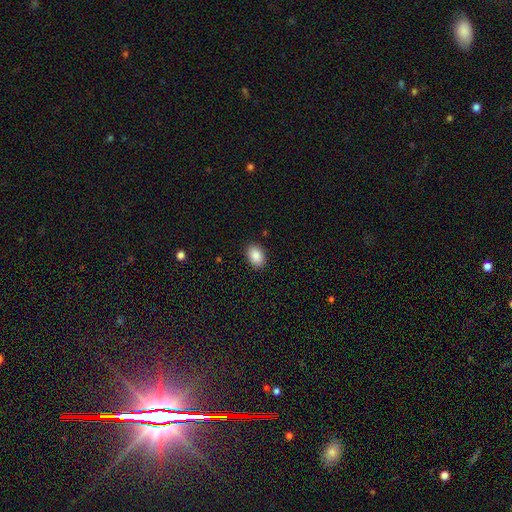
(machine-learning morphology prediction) Smooth or featured? Predicted: smooth (p=0.88). How rounded? Predicted: in between (p=0.85). Merging? Predicted: none (p=0.89).